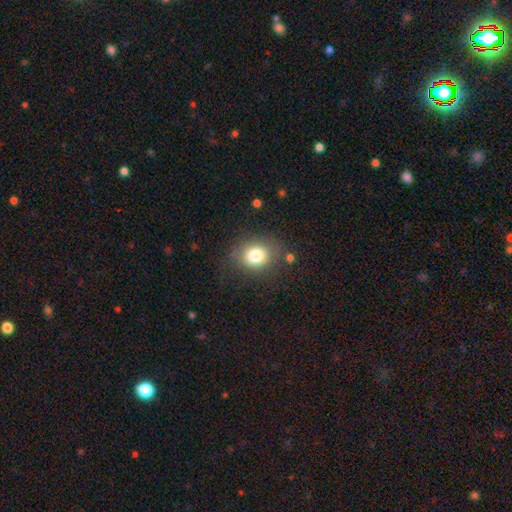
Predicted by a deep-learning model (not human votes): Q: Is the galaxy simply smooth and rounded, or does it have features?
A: smooth — 79%.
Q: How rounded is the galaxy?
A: round — 63%.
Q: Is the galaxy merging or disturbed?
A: none — 77%.